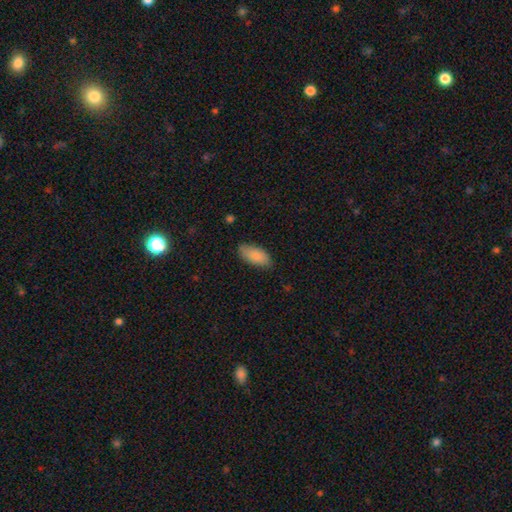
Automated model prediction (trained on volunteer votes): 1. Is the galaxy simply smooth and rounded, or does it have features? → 86% smooth, 8% featured or disk, 6% star or artifact.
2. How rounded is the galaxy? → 90% in between, 8% cigar-shaped, 2% round.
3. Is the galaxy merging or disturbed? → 81% none, 15% minor disturbance, 3% major disturbance, 1% merger.